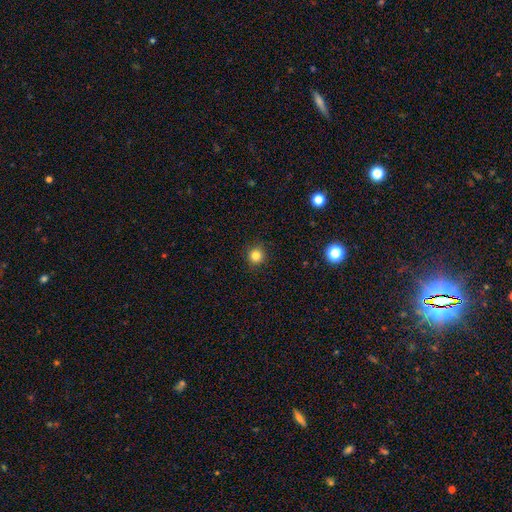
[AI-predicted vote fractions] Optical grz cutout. It shows a smooth galaxy with no disk features (83%) that is round (94%). Merging: none (91%).